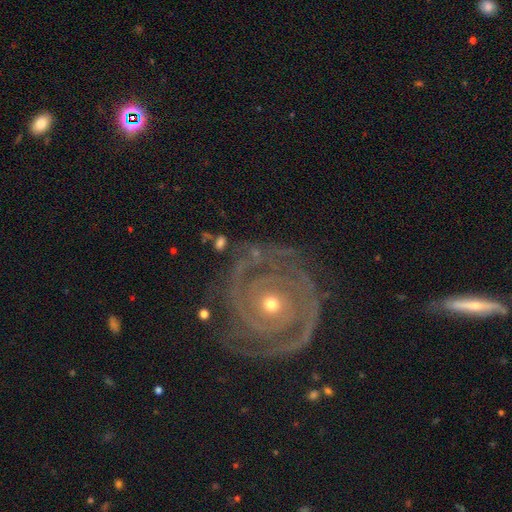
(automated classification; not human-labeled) Smooth or featured: featured or disk — 89% (star or artifact — 6%)
Edge-on disk: no — 97% (yes — 3%)
Bar: no — 79% (weak — 14%)
Spiral arms: yes — 97% (no — 3%)
Spiral winding: tight — 82% (medium — 15%)
Spiral arm count: 2 — 44% (3 — 19%)
Bulge size: small — 53% (moderate — 43%)
Merging: none — 75% (minor disturbance — 16%)